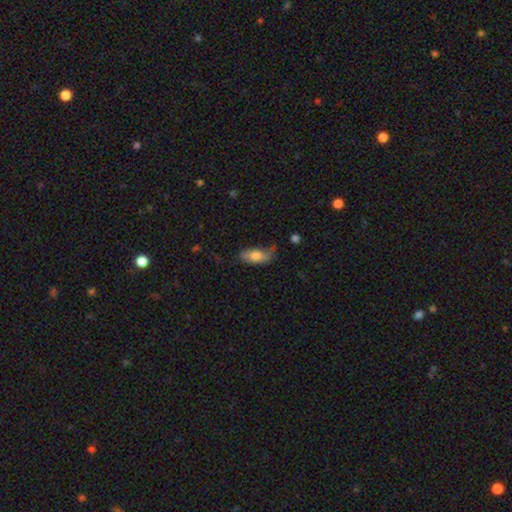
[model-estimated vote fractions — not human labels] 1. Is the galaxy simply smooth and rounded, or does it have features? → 68% smooth, 25% featured or disk, 7% star or artifact.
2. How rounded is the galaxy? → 84% in between, 13% cigar-shaped, 4% round.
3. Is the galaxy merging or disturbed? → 49% none, 34% minor disturbance, 14% major disturbance, 3% merger.